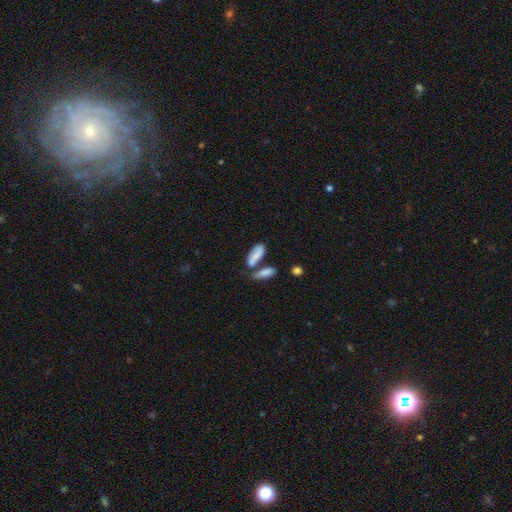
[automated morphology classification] A smooth galaxy with no disk features (74%) that is in between round and cigar-shaped (73%). Merging: merger (44%).